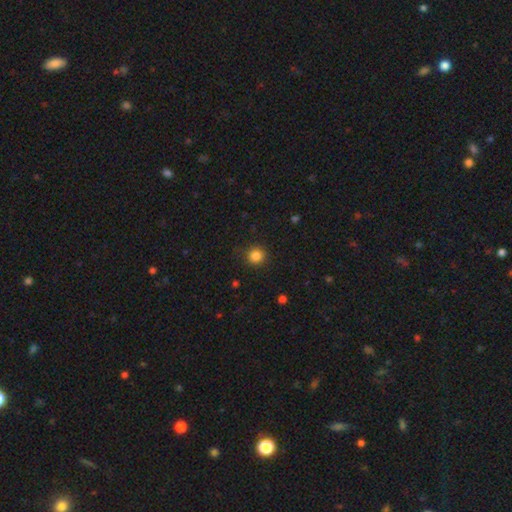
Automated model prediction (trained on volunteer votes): Smooth or featured? Predicted: smooth (p=0.84). How rounded? Predicted: round (p=0.93). Merging? Predicted: none (p=0.88).